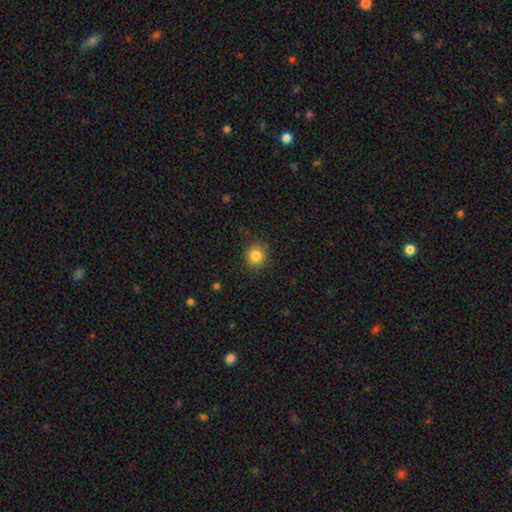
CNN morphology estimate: A smooth galaxy with no disk features (84%) that is round (87%). Merging: none (88%).